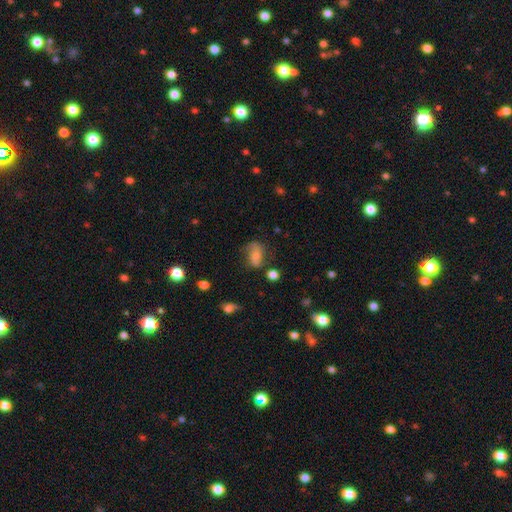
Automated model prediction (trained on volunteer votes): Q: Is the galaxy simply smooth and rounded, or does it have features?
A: smooth — 53%.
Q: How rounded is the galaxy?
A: in between — 80%.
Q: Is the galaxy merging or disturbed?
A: none — 49%.